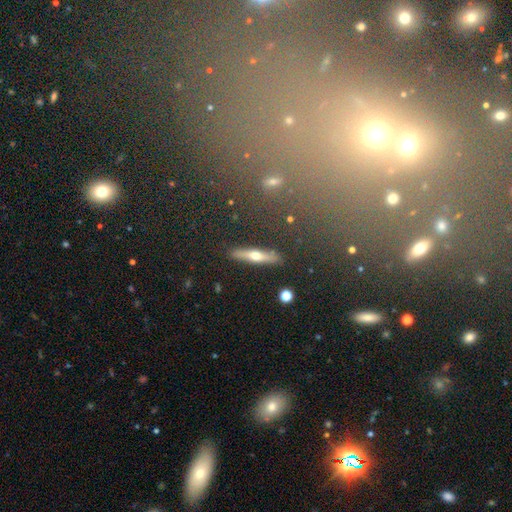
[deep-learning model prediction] A featured or disk galaxy (48%). Merging: none (88%).